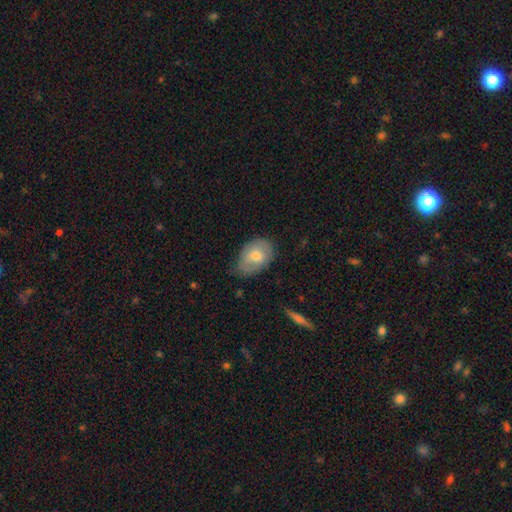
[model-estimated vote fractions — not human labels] A smooth galaxy with no disk features (63%) that is in between round and cigar-shaped (83%). Merging: none (63%).